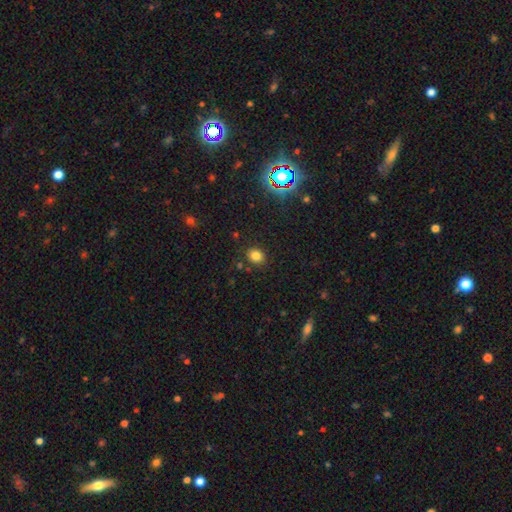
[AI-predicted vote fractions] smooth 80%, star or artifact 14%, featured or disk 6%. Down the decision tree: how rounded — round (66%); merging — none (85%).